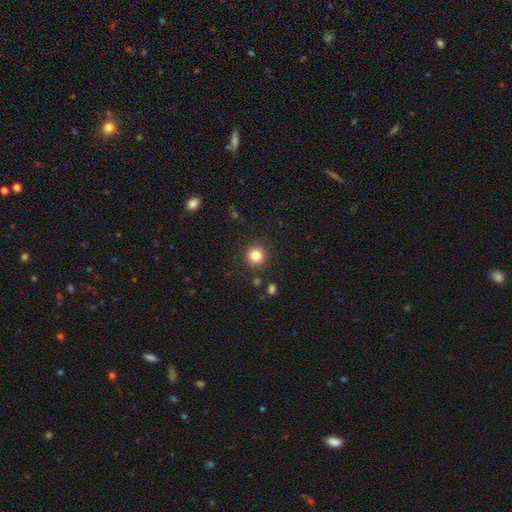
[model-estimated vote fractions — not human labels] Q: Smooth or featured?
A: smooth (82%); runner-up: star or artifact (12%)
Q: How rounded?
A: round (93%); runner-up: in between (6%)
Q: Merging?
A: none (89%); runner-up: minor disturbance (6%)